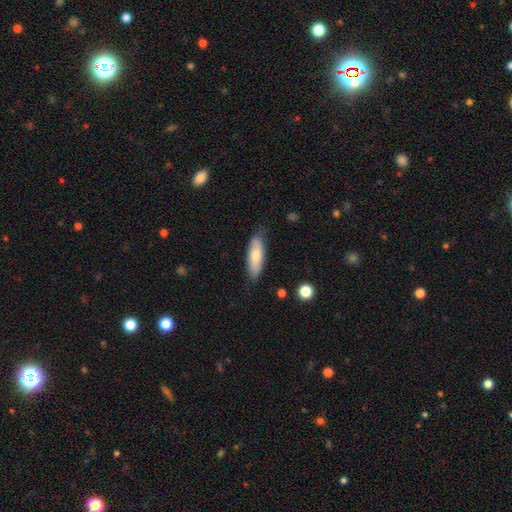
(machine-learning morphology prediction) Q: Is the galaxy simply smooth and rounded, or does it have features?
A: smooth — 73%.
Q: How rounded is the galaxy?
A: in between — 59%.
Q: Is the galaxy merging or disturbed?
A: none — 75%.